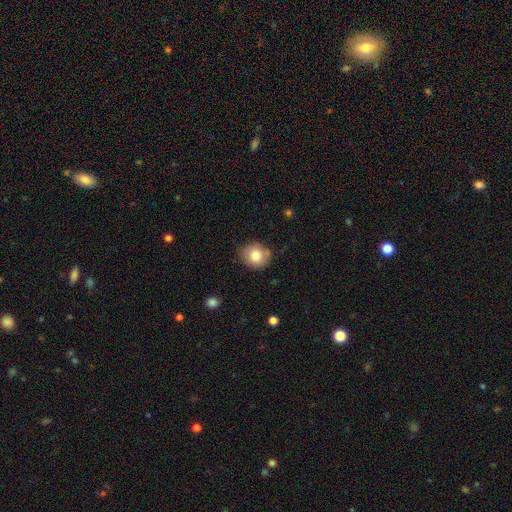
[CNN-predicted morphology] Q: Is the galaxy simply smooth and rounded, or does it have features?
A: smooth — 81%.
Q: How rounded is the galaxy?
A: round — 78%.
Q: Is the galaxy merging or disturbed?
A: none — 77%.